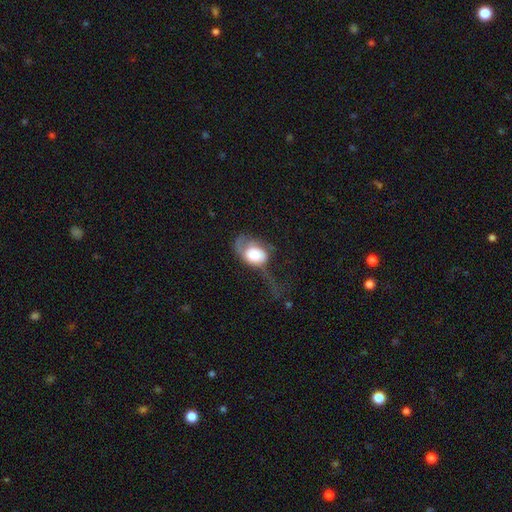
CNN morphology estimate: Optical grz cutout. It shows a smooth galaxy with no disk features (56%) that is in between round and cigar-shaped (77%). Merging: major disturbance (57%).